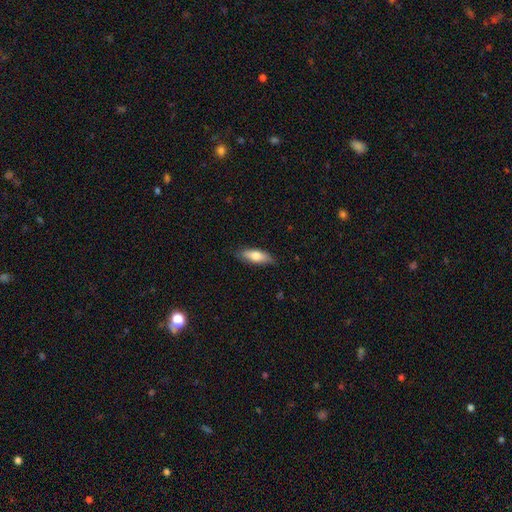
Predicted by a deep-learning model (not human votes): smooth 73%, featured or disk 21%, star or artifact 6%. Down the decision tree: how rounded — in between (60%); merging — none (84%).